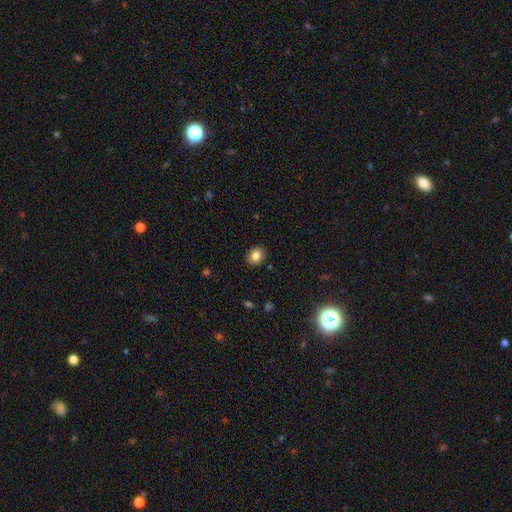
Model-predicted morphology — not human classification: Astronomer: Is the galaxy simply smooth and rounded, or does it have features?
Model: smooth — 83%.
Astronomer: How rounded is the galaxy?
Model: round — 64%.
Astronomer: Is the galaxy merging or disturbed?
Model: none — 90%.